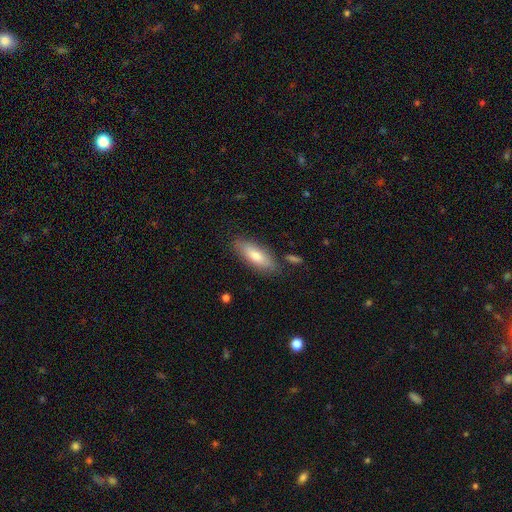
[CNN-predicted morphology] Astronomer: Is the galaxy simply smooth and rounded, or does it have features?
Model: smooth — 74%.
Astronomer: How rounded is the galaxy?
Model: in between — 66%.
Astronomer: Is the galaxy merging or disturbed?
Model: none — 82%.